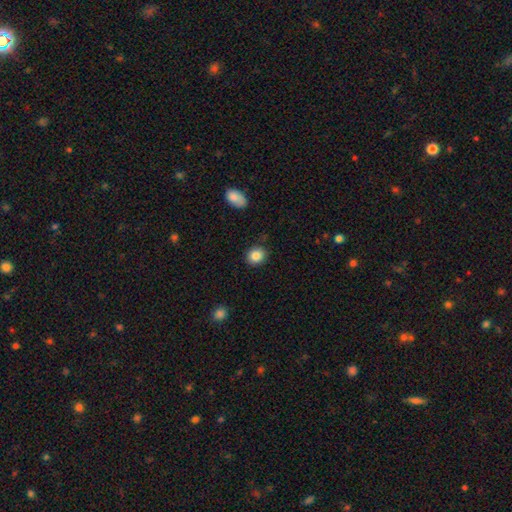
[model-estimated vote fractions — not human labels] smooth-or-featured: smooth: 86% | star or artifact: 9% | featured or disk: 5%
  how-rounded: round: 72% | in between: 27% | cigar-shaped: 1%
  merging: none: 88% | minor disturbance: 8% | major disturbance: 2% | merger: 2%